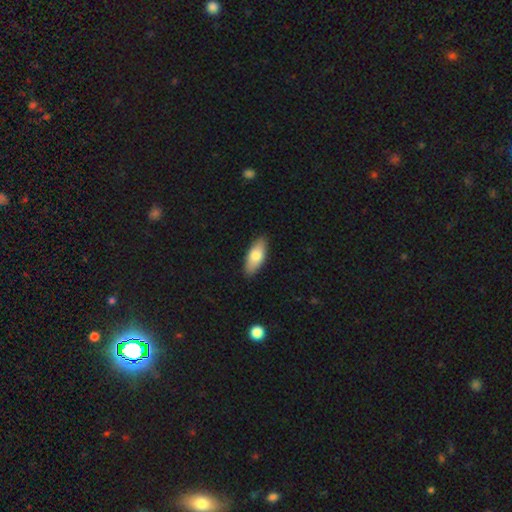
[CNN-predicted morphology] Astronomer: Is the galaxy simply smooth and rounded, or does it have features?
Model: smooth — 77%.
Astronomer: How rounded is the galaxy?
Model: in between — 80%.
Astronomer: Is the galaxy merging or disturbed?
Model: none — 88%.